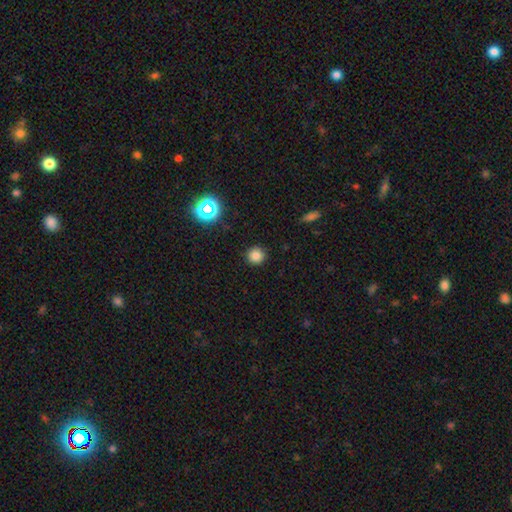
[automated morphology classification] smooth-or-featured: smooth: 81% | star or artifact: 15% | featured or disk: 4%
  how-rounded: round: 94% | in between: 5% | cigar-shaped: 1%
  merging: none: 91% | minor disturbance: 5% | major disturbance: 2% | merger: 1%